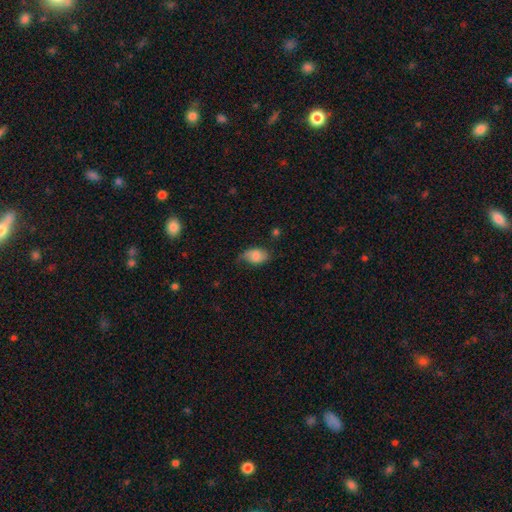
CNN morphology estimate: smooth-or-featured: smooth: 74% | featured or disk: 18% | star or artifact: 8%
  how-rounded: in between: 89% | round: 10% | cigar-shaped: 2%
  merging: none: 54% | minor disturbance: 34% | major disturbance: 11% | merger: 2%